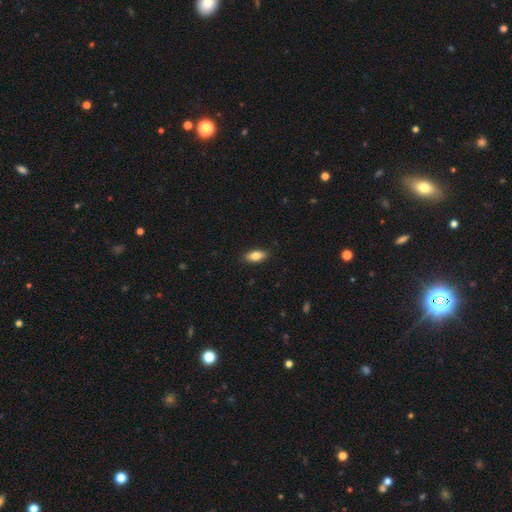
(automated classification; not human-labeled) Morphology: type=smooth (80%); roundness=in between (85%); merging=none (89%).